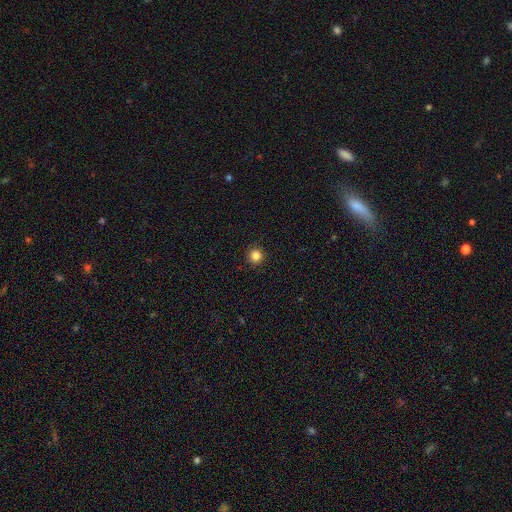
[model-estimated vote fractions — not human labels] Morphology: type=smooth (84%); roundness=round (95%); merging=none (92%).